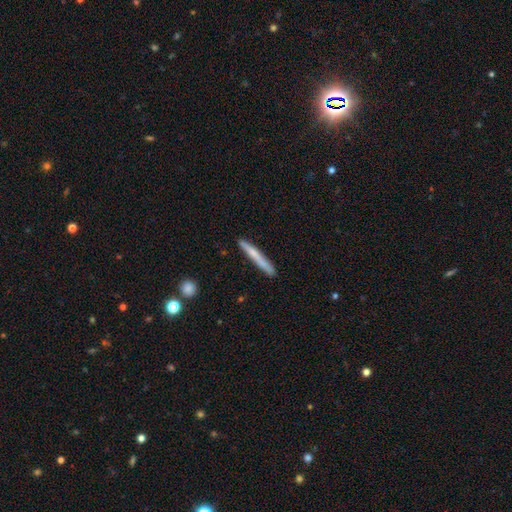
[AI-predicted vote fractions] smooth 60%, featured or disk 34%, star or artifact 6%. Down the decision tree: how rounded — cigar-shaped (96%); merging — none (87%).